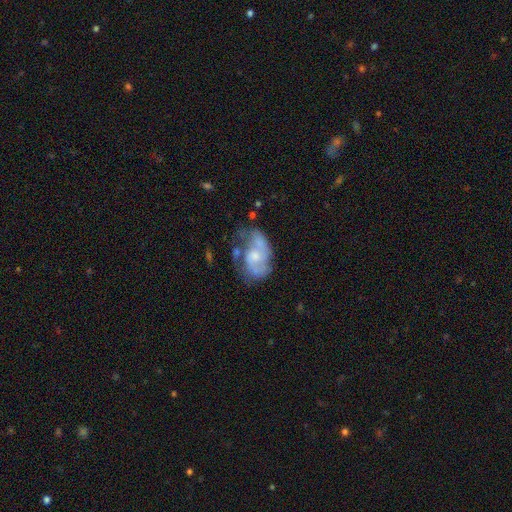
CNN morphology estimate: smooth-or-featured: featured or disk: 69% | smooth: 23% | star or artifact: 8%
  disk-edge-on: no: 97% | yes: 3%
    bar: no: 72% | weak: 24% | strong: 4%
    has-spiral-arms: yes: 73% | no: 27%
    bulge-size: moderate: 44% | small: 41% | none: 9% | large: 5% | dominant: 1%
  merging: none: 39% | major disturbance: 25% | minor disturbance: 25% | merger: 10%